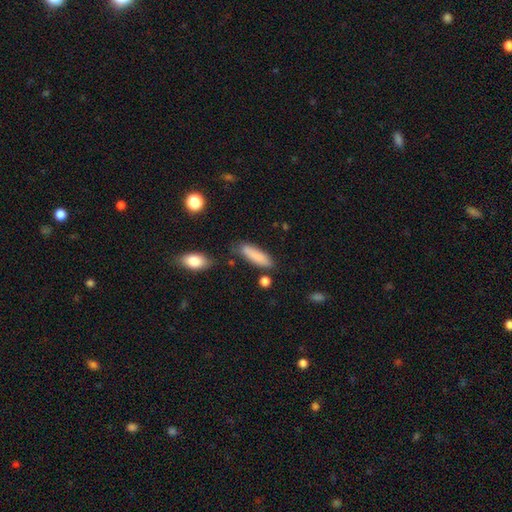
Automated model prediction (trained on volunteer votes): Smooth or featured? smooth (85%)
How rounded? cigar-shaped (56%)
Merging? none (72%)